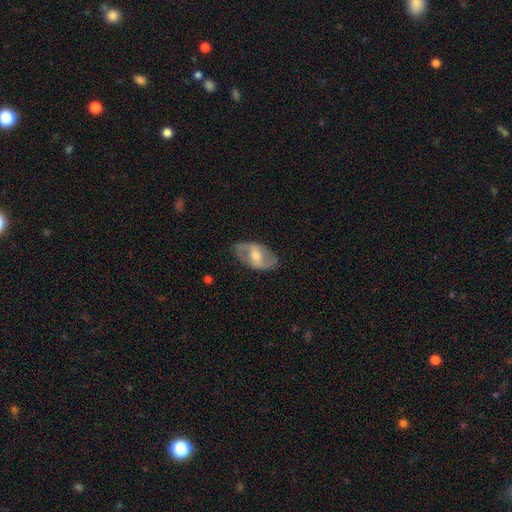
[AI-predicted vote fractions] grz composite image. It shows a featured or disk galaxy (64%) with a weak bar (46%), spiral arms (73%) and a moderate central bulge (63%). Merging: none (80%).